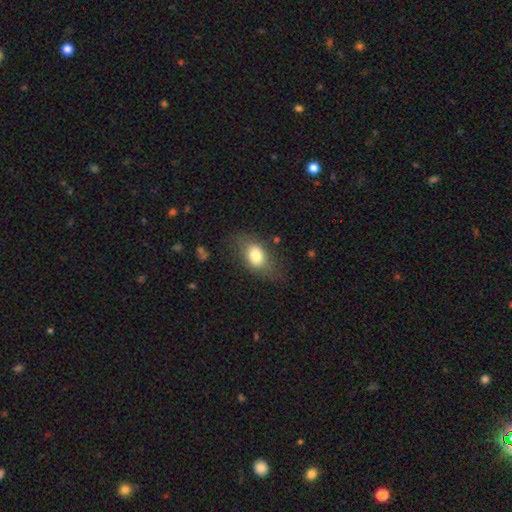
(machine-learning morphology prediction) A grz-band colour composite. It shows a smooth galaxy with no disk features (74%) that is in between round and cigar-shaped (80%). Merging: none (65%).